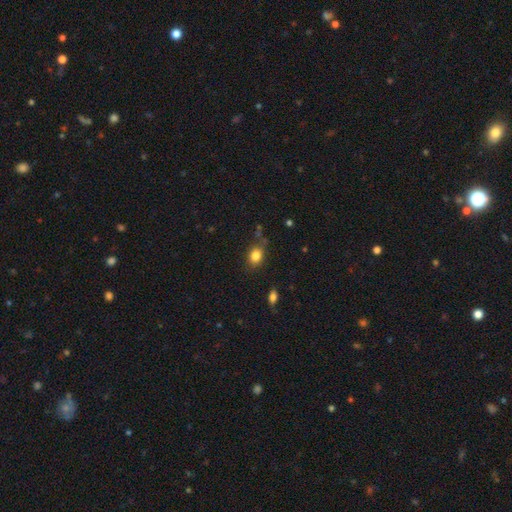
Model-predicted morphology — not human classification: Q: Smooth or featured?
A: smooth (83%); runner-up: star or artifact (10%)
Q: How rounded?
A: in between (57%); runner-up: round (42%)
Q: Merging?
A: none (75%); runner-up: minor disturbance (17%)